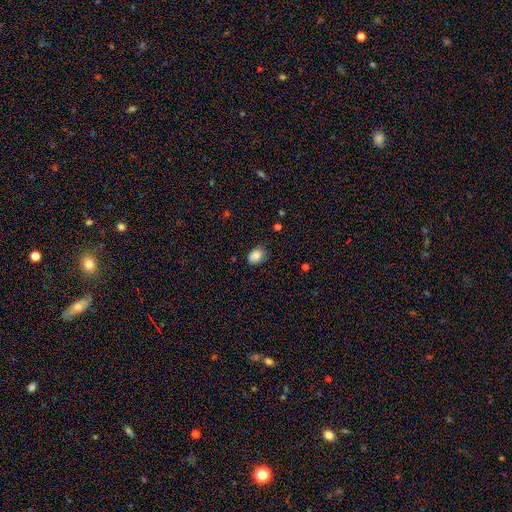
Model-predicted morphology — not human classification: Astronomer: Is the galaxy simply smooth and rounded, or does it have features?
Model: smooth — 83%.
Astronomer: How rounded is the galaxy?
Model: in between — 64%.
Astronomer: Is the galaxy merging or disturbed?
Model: none — 67%.